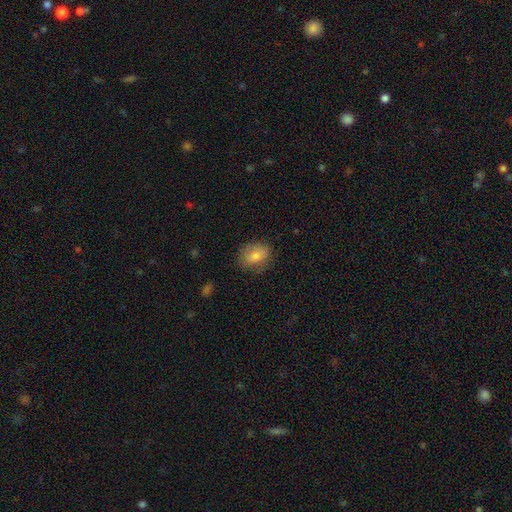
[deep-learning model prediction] Smooth or featured? smooth (75%)
How rounded? in between (64%)
Merging? none (79%)